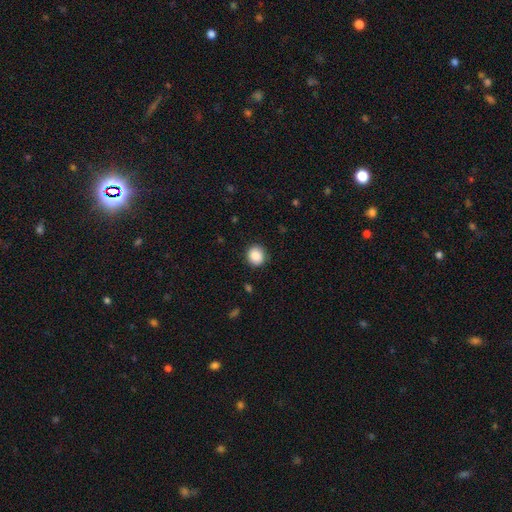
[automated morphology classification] This is clearly a smooth galaxy (88%). How rounded: clearly round (85%). Merging: clearly none (88%).